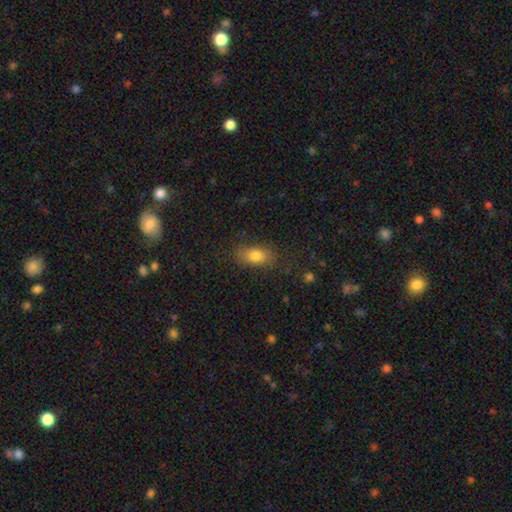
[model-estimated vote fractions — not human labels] The model was most divided on "merging": none: 77%, minor disturbance: 16%, major disturbance: 6%, merger: 1%. More confident: how rounded — in between (86%); smooth or featured — smooth (80%).